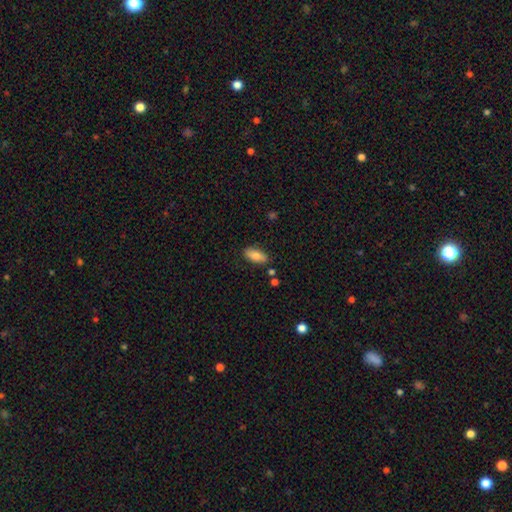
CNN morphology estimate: Overall: smooth (78%). How rounded: in between (87%). Merging: none (83%).